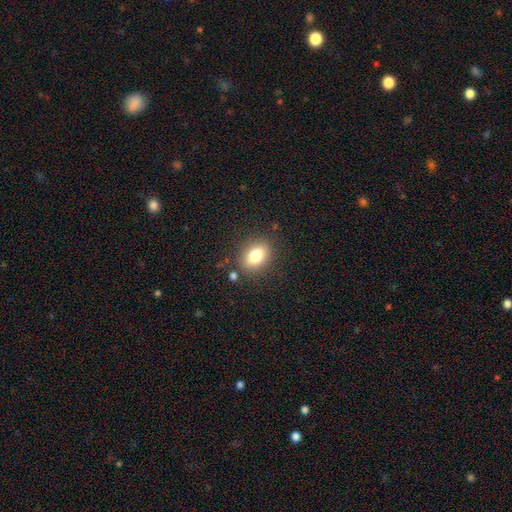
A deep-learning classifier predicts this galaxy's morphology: smooth 79%, featured or disk 11%, star or artifact 10%. Down the decision tree: how rounded — in between (66%); merging — none (84%).